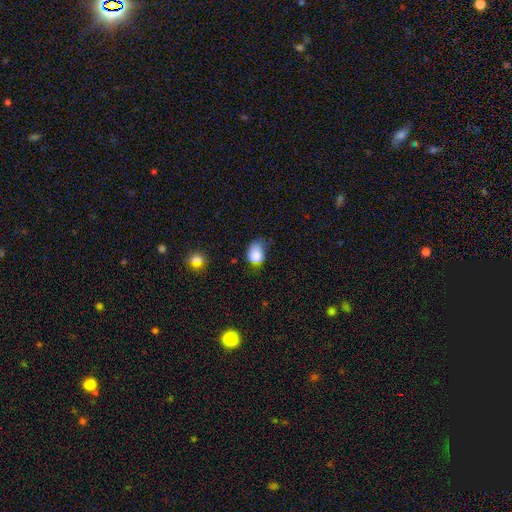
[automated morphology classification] Smooth or featured? smooth (85%)
How rounded? in between (68%)
Merging? none (43%)